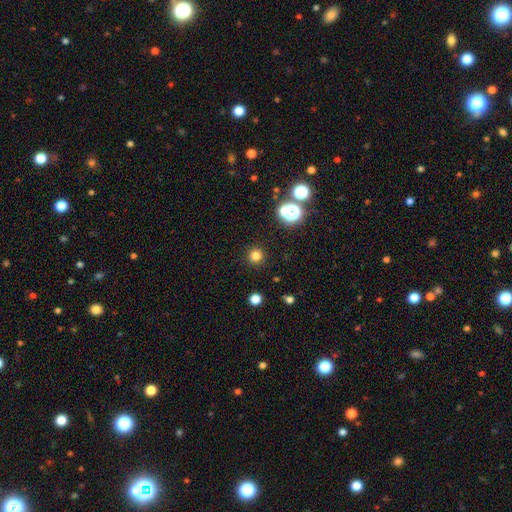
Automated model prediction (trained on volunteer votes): Smooth or featured?
  - smooth: 78% *
  - star or artifact: 17%
  - featured or disk: 5%
How rounded?
  - round: 95% *
  - in between: 4%
  - cigar-shaped: 1%
Merging?
  - none: 91% *
  - minor disturbance: 5%
  - major disturbance: 2%
  - merger: 2%